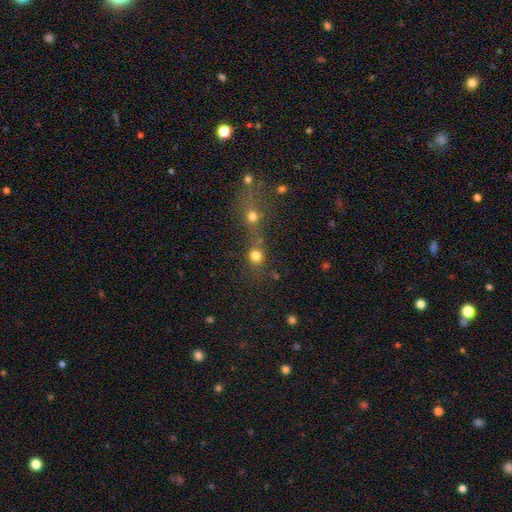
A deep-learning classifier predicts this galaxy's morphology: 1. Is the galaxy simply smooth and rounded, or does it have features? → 75% smooth, 17% star or artifact, 8% featured or disk.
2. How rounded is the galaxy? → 85% round, 13% in between, 2% cigar-shaped.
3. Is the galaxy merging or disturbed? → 48% none, 38% merger, 8% minor disturbance, 6% major disturbance.